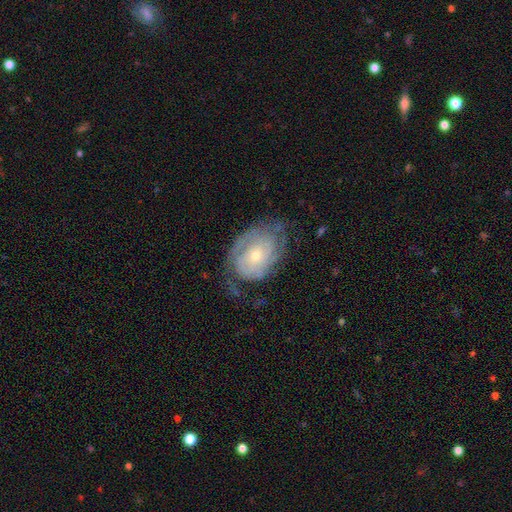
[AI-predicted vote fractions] smooth_or_featured: featured or disk (p=0.81) [alt: smooth p=0.13]
disk_edge_on: no (p=0.96) [alt: yes p=0.04]
bar: no (p=0.77) [alt: weak p=0.19]
has_spiral_arms: yes (p=0.92) [alt: no p=0.08]
spiral_winding: tight (p=0.67) [alt: medium p=0.24]
spiral_arm_count: can't tell (p=0.37) [alt: 2 p=0.33]
bulge_size: small (p=0.63) [alt: moderate p=0.33]
merging: none (p=0.61) [alt: minor disturbance p=0.23]